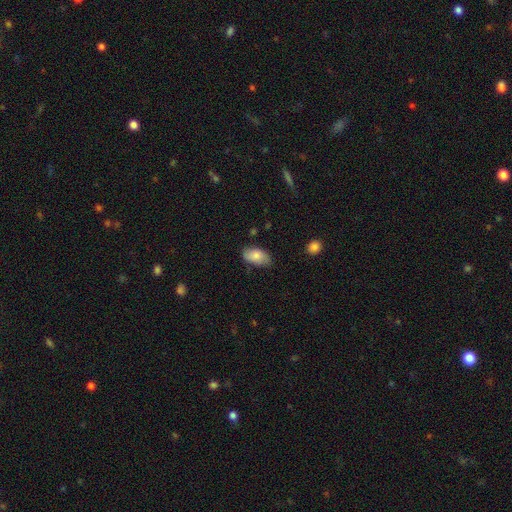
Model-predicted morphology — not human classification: Smooth or featured: smooth — 80% (featured or disk — 13%)
How rounded: in between — 94% (round — 4%)
Merging: none — 73% (minor disturbance — 22%)